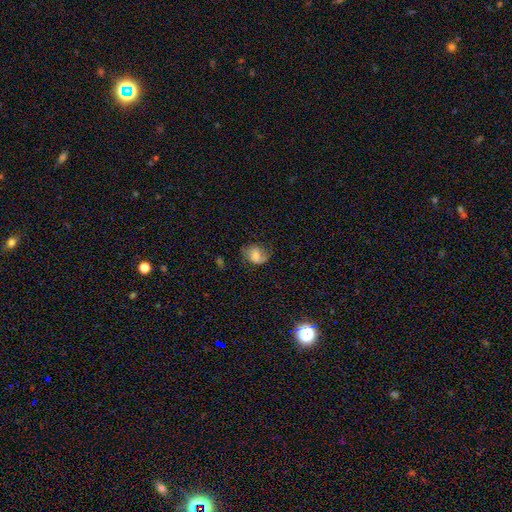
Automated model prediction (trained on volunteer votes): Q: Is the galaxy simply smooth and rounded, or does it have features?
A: smooth — 55%.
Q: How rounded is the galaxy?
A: in between — 55%.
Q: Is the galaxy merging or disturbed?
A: none — 53%.